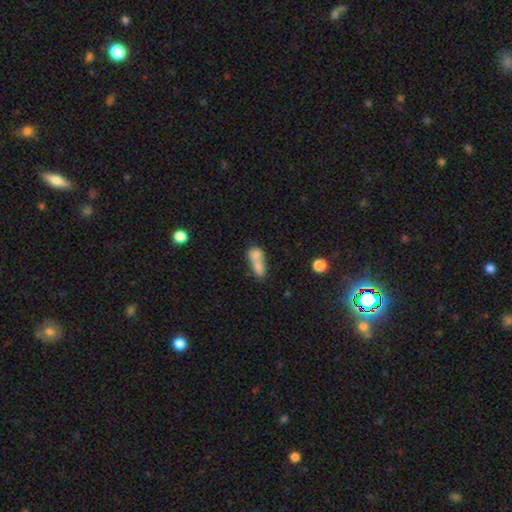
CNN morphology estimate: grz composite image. It shows a smooth galaxy with no disk features (73%) that is in between round and cigar-shaped (67%). Merging: merger (72%).